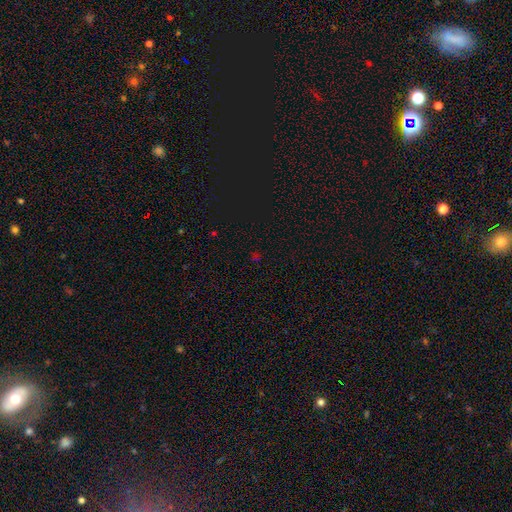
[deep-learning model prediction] This appears to be a star or artifact, not a galaxy (62%).